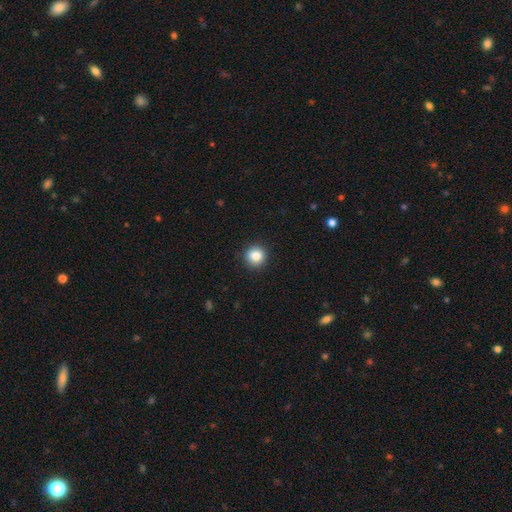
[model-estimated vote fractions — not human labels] This appears to be a smooth galaxy with no disk features (85%) that is round (91%). Merging: none (91%).